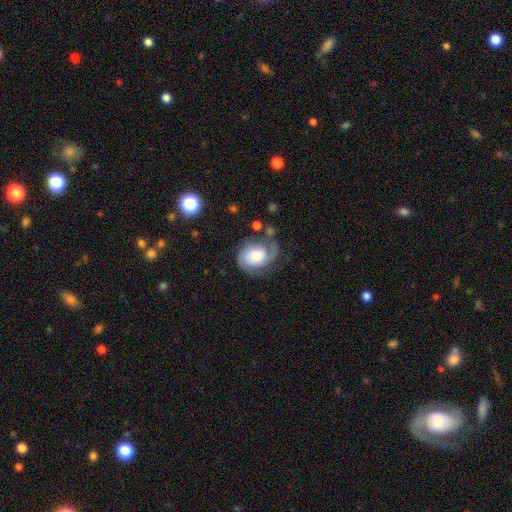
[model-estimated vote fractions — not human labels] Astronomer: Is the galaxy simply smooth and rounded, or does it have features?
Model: featured or disk — 69%.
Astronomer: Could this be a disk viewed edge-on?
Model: no — 98%.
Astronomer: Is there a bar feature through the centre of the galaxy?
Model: no — 72%.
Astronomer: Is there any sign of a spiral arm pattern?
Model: yes — 92%.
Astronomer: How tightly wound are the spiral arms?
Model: medium — 40% (runner-up: tight, 39%).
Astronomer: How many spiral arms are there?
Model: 2 — 65%.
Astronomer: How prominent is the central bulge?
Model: large — 39% (runner-up: moderate, 21%).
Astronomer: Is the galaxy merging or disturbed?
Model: none — 49% (runner-up: minor disturbance, 25%).